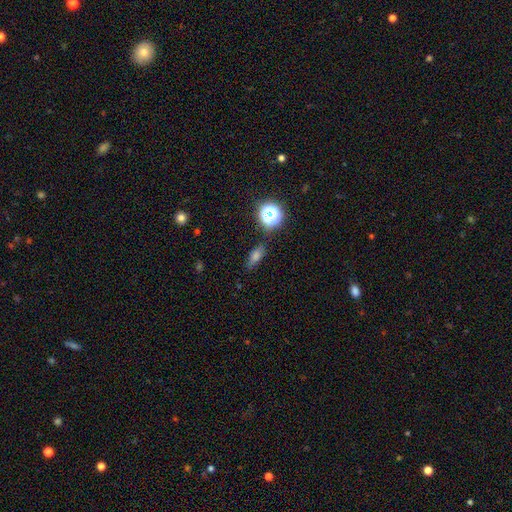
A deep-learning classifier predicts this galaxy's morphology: The model was most divided on "smooth or featured": smooth: 56%, star or artifact: 27%, featured or disk: 18%. More confident: merging — none (82%); how rounded — in between (57%).